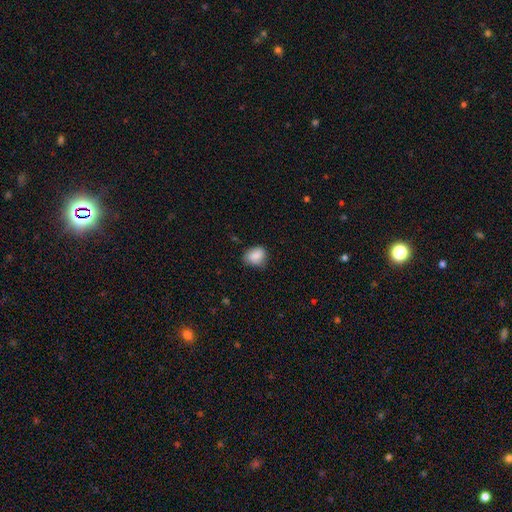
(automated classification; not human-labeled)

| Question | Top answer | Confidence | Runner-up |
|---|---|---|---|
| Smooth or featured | smooth | 85% | star or artifact (8%) |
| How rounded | in between | 51% | round (48%) |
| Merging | none | 70% | minor disturbance (25%) |